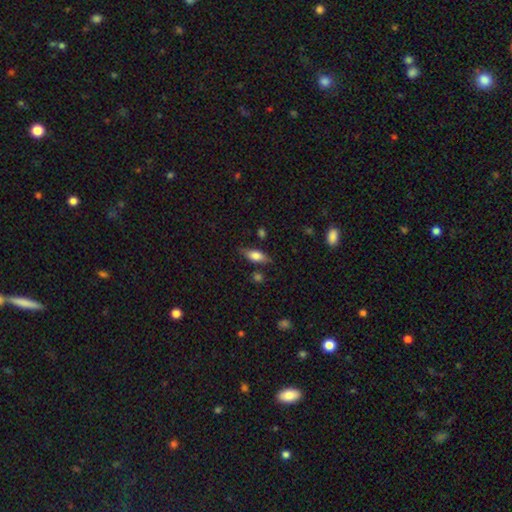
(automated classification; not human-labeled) This is likely a smooth galaxy (69%). How rounded: likely in between (72%). Merging: likely none (74%).